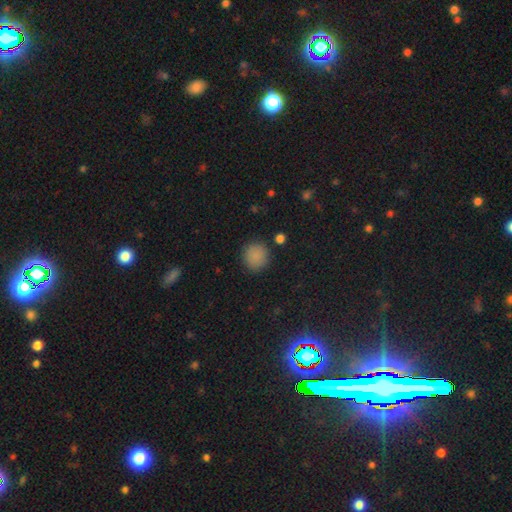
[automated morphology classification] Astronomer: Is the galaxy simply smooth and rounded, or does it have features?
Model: smooth — 86%.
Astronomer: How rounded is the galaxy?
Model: round — 91%.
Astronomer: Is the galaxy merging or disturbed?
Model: none — 88%.